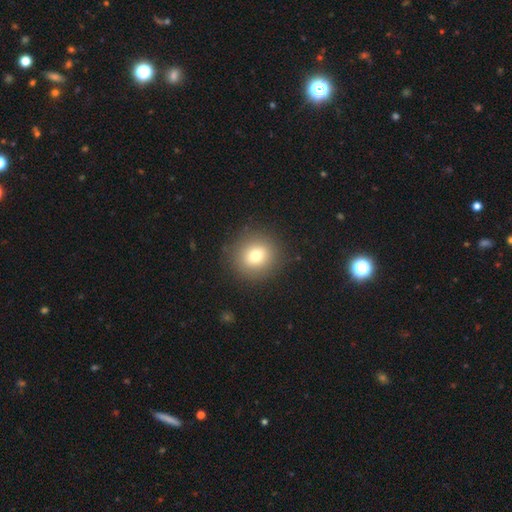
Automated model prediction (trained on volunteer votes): A smooth galaxy with no disk features (75%) that is round (91%). Merging: none (89%).